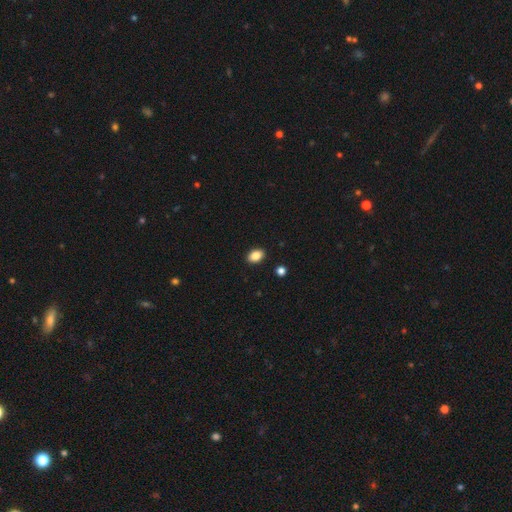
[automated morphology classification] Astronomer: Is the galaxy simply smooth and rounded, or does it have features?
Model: smooth — 87%.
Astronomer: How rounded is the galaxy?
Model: in between — 81%.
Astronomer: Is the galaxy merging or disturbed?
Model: none — 90%.